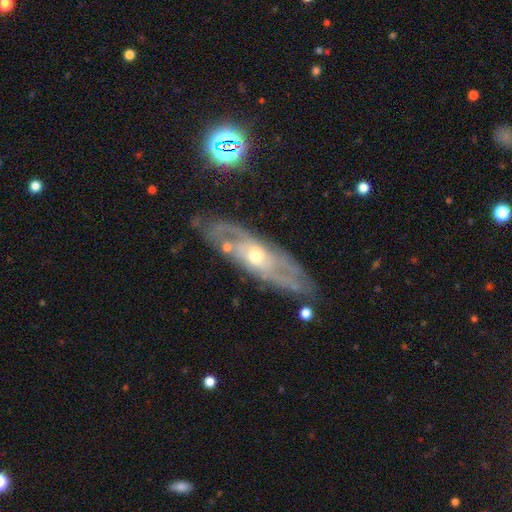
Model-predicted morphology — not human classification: Overall: featured or disk (79%). Edge-on disk: no (78%). Bar: no (68%). Spiral arms: yes (82%). Spiral arm count: 2 (41%; can't tell 40%). Spiral winding: tight (48%; medium 36%). Bulge size: moderate (53%; small 42%). Merging: none (70%).